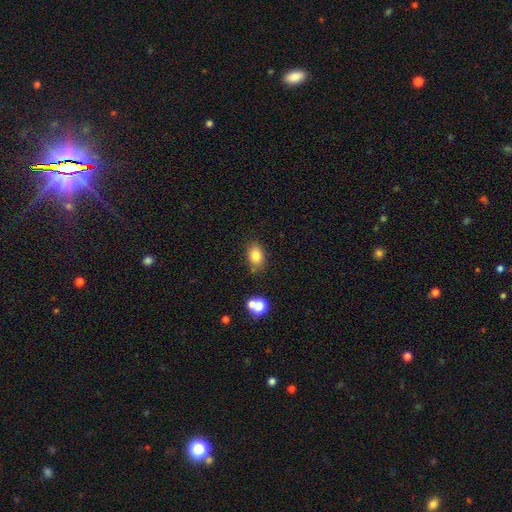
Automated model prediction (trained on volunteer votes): Smooth or featured? smooth (81%)
How rounded? in between (76%)
Merging? none (77%)